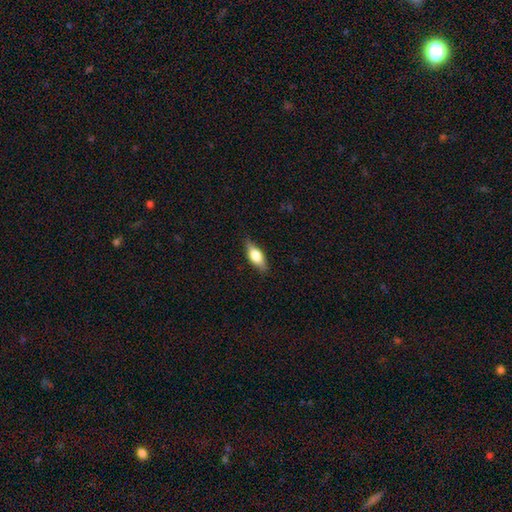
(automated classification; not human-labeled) Overall: smooth (62%; featured or disk 31%). How rounded: in between (69%). Merging: none (84%).